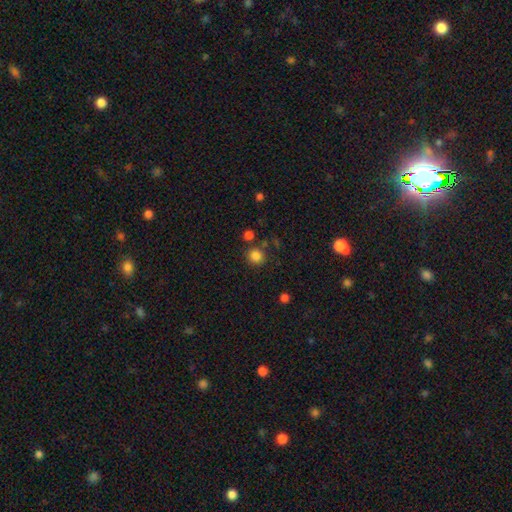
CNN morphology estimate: Smooth or featured?
  - smooth: 83% *
  - star or artifact: 13%
  - featured or disk: 4%
How rounded?
  - round: 91% *
  - in between: 8%
  - cigar-shaped: 1%
Merging?
  - none: 80% *
  - minor disturbance: 9%
  - merger: 8%
  - major disturbance: 3%